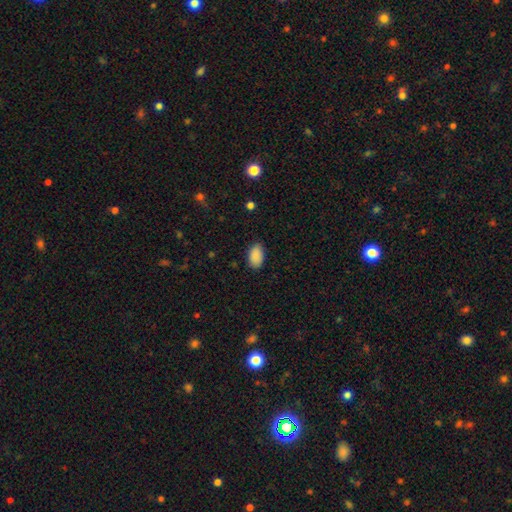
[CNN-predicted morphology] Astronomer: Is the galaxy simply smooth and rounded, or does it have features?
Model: smooth — 90%.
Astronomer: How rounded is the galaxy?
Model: in between — 92%.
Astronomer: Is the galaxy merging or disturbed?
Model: none — 83%.